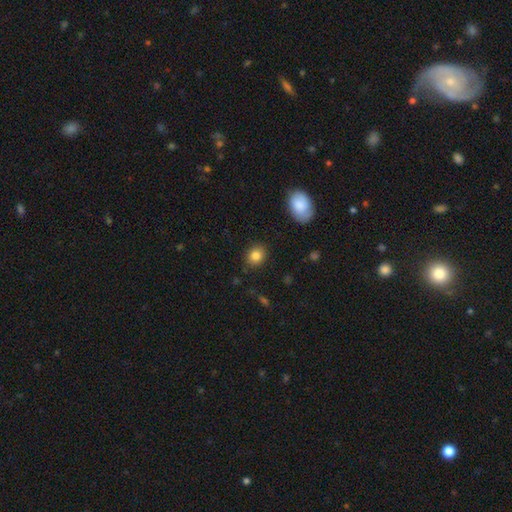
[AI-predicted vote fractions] smooth 84%, star or artifact 10%, featured or disk 7%. Down the decision tree: how rounded — round (63%); merging — none (87%).